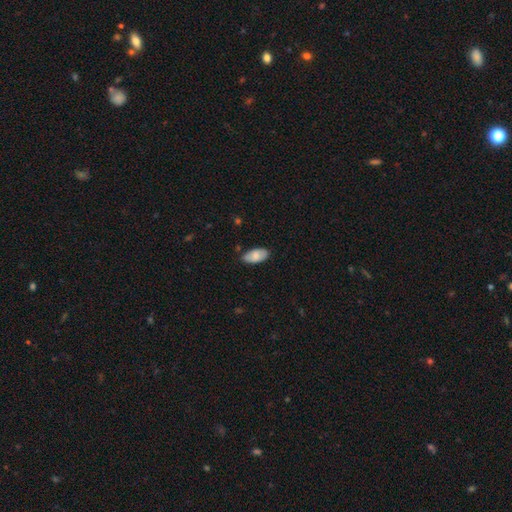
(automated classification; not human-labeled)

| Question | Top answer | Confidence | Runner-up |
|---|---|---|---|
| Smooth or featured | smooth | 75% | featured or disk (18%) |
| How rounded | in between | 94% | cigar-shaped (3%) |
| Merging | none | 79% | minor disturbance (17%) |